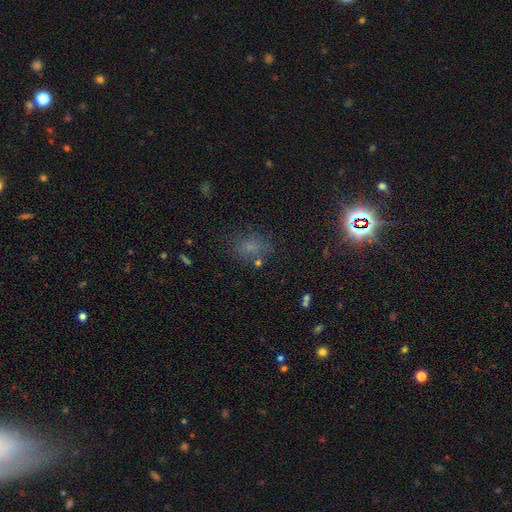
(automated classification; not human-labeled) The model was most divided on "smooth or featured": smooth: 66%, star or artifact: 24%, featured or disk: 10%. More confident: how rounded — in between (70%); merging — none (70%).